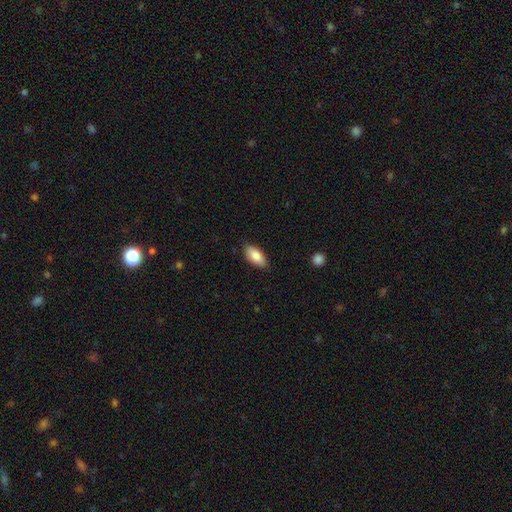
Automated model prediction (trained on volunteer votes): A smooth galaxy with no disk features (83%) that is in between round and cigar-shaped (89%). Merging: none (85%).